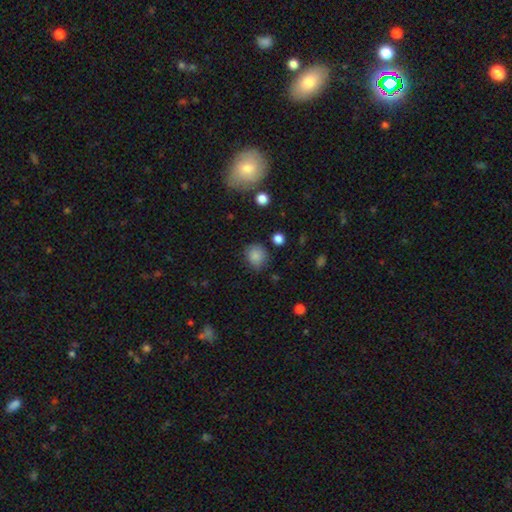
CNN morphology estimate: Smooth or featured? smooth (84%)
How rounded? round (77%)
Merging? none (76%)